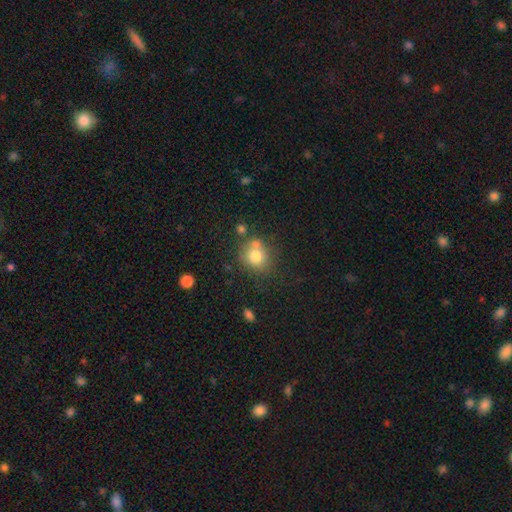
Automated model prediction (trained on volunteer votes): Overall: smooth (77%). How rounded: round (79%). Merging: none (58%; merger 22%).